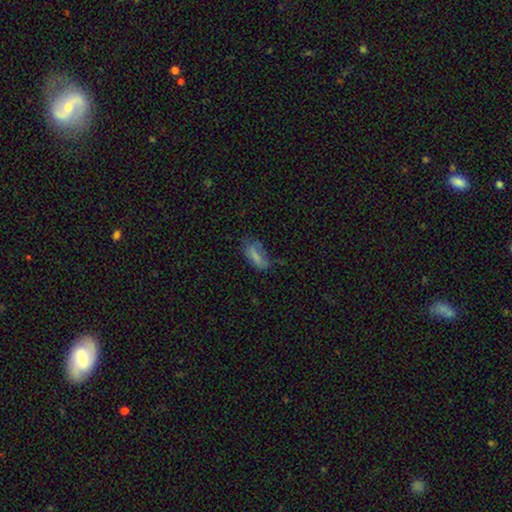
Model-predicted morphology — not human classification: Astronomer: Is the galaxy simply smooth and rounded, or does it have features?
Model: smooth — 73%.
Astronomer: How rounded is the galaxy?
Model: in between — 79%.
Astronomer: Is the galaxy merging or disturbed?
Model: none — 48% (runner-up: minor disturbance, 31%).